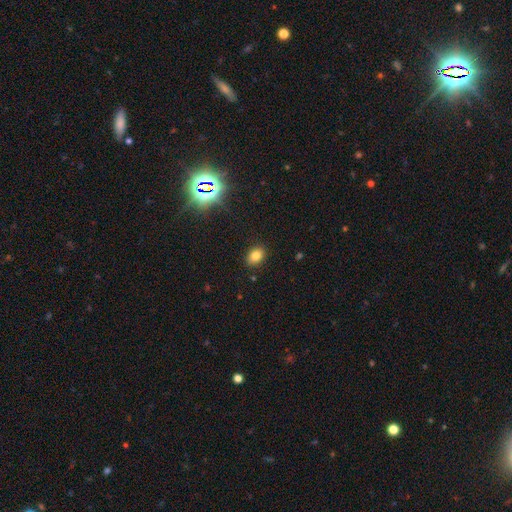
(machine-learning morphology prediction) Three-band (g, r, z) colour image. It shows a smooth galaxy with no disk features (80%) that is in between round and cigar-shaped (67%). Merging: none (88%).